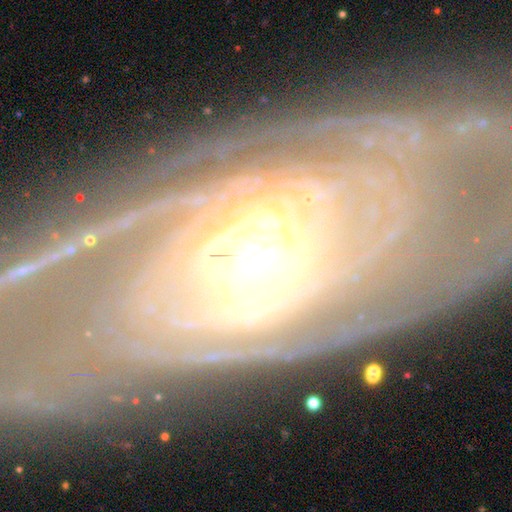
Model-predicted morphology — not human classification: featured or disk 88%, smooth 6%, star or artifact 6%. Down the decision tree: edge-on disk — no (93%); bar — no (49%); spiral arms — yes (91%); spiral arm count — 2 (28%); spiral winding — tight (63%); bulge size — moderate (61%); merging — none (65%).